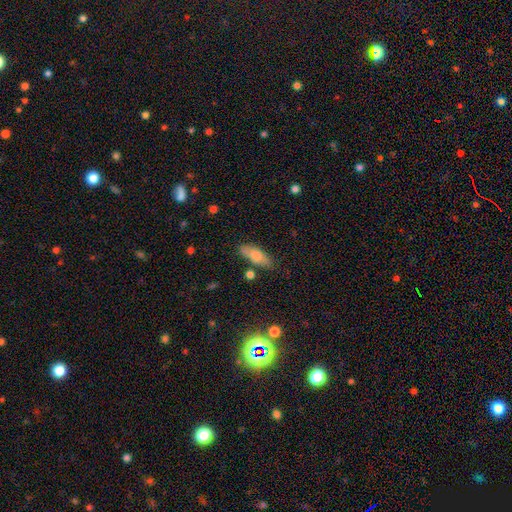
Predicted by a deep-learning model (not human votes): Smooth or featured? Predicted: smooth (p=0.79). How rounded? Predicted: in between (p=0.69). Merging? Predicted: none (p=0.70).